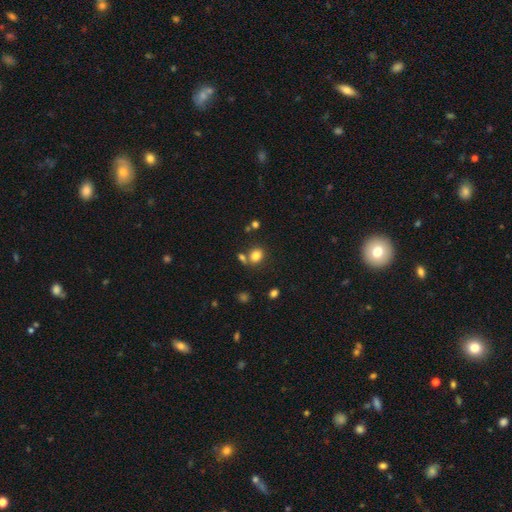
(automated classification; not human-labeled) A smooth galaxy with no disk features (82%) that is round (60%).

Vote fractions:
- Smooth or featured? smooth: 82% / star or artifact: 12% / featured or disk: 6%
- How rounded? round: 60% / in between: 39% / cigar-shaped: 1%
- Merging? none: 64% / merger: 20% / minor disturbance: 12% / major disturbance: 5%